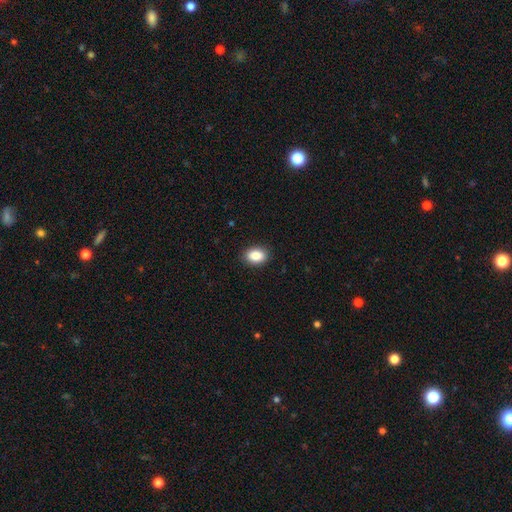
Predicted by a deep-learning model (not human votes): Smooth or featured?
  - smooth: 87% *
  - star or artifact: 8%
  - featured or disk: 5%
How rounded?
  - in between: 78% *
  - round: 21%
  - cigar-shaped: 1%
Merging?
  - none: 90% *
  - minor disturbance: 7%
  - major disturbance: 2%
  - merger: 1%